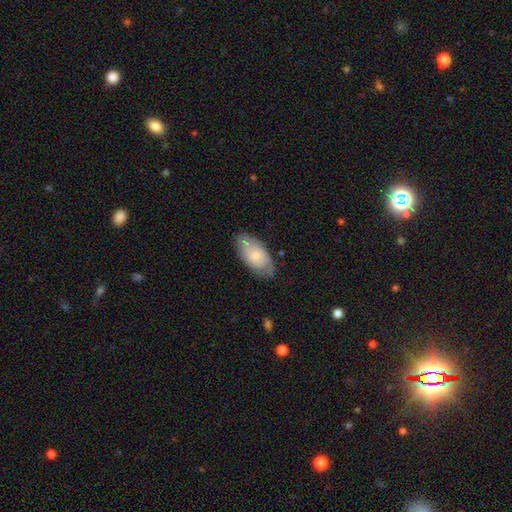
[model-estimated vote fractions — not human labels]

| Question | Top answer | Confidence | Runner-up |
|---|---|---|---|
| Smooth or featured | smooth | 55% | featured or disk (39%) |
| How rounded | in between | 92% | cigar-shaped (4%) |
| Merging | none | 70% | minor disturbance (23%) |